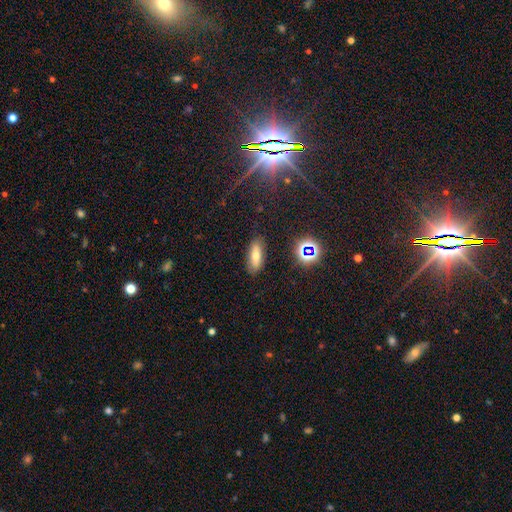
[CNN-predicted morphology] This is likely a smooth galaxy (68%). How rounded: likely in between (66%). Merging: clearly none (83%).